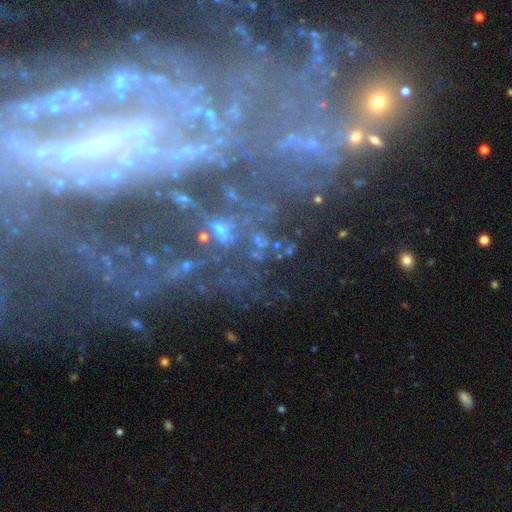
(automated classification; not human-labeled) This is possibly a featured or disk galaxy (48%). Merging: possibly none (54%).